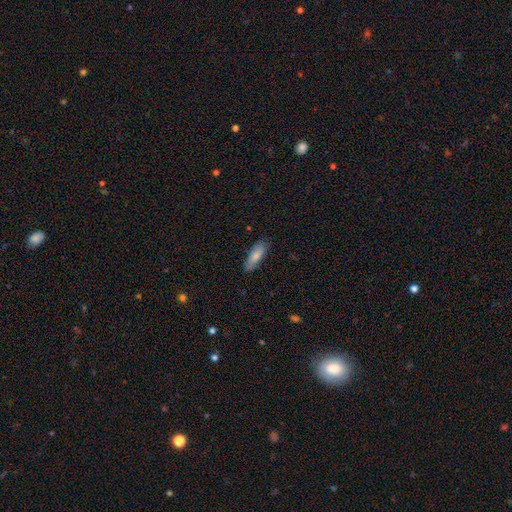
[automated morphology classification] This appears to be a smooth galaxy with no disk features (77%) that is in between round and cigar-shaped (59%). Merging: none (82%).